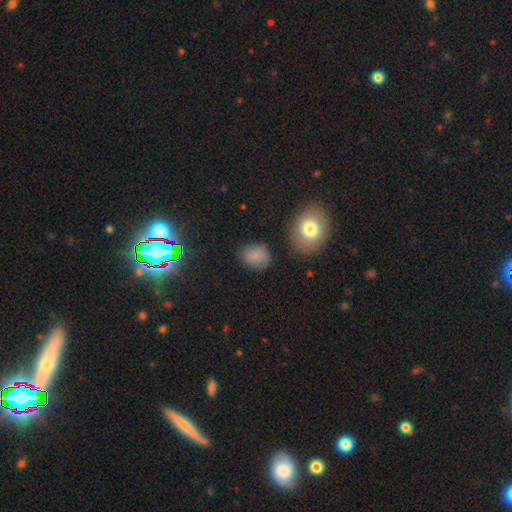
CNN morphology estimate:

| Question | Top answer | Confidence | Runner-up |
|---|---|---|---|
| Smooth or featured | smooth | 80% | star or artifact (12%) |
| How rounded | in between | 52% | round (47%) |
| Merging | none | 77% | minor disturbance (16%) |